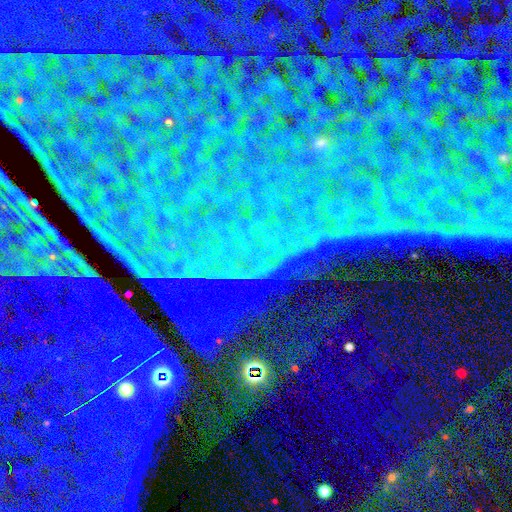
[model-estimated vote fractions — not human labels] Overall: star or artifact (86%).